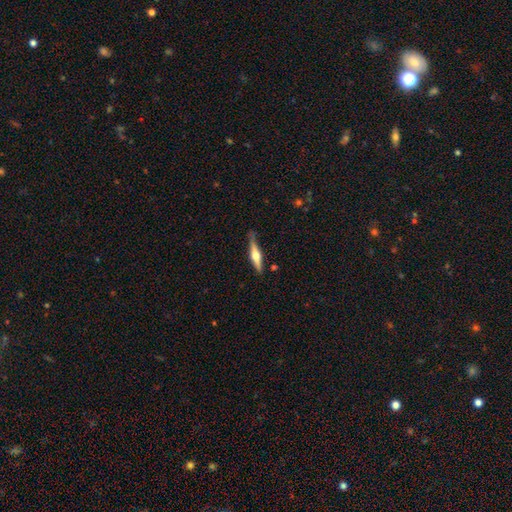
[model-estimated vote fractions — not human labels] Smooth or featured?
  - featured or disk: 65% *
  - smooth: 29%
  - star or artifact: 5%
Edge-on disk?
  - yes: 97% *
  - no: 3%
Edge-on bulge?
  - rounded: 90% *
  - boxy: 7%
  - none: 3%
Merging?
  - none: 77% *
  - minor disturbance: 17%
  - major disturbance: 3%
  - merger: 2%